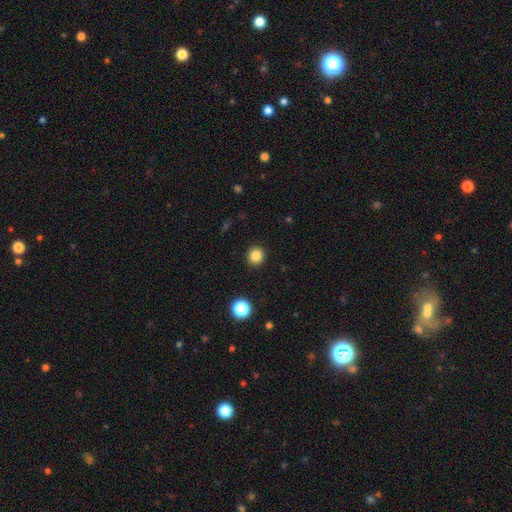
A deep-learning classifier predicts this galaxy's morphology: Smooth or featured: smooth — 84% (star or artifact — 12%)
How rounded: round — 92% (in between — 7%)
Merging: none — 92% (minor disturbance — 5%)